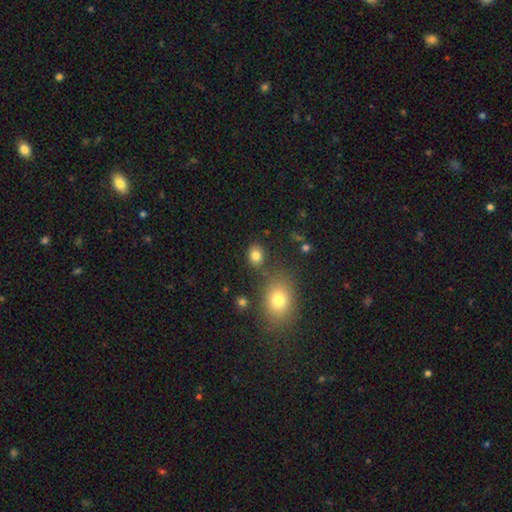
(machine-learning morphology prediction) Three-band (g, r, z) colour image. It shows a smooth galaxy with no disk features (82%) that is round (50%). Merging: none (77%).